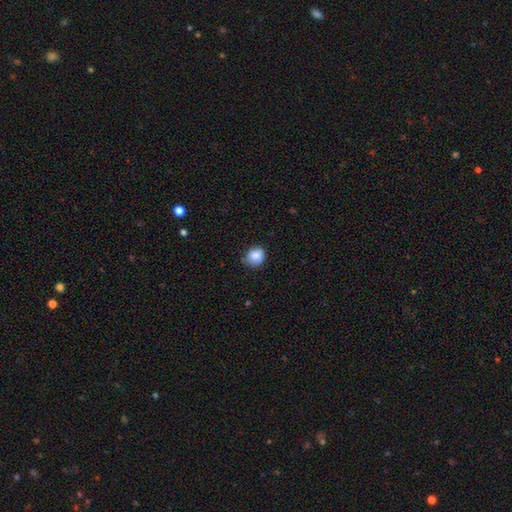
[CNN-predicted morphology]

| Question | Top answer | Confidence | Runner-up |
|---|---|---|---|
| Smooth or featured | smooth | 82% | featured or disk (9%) |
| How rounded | round | 75% | in between (24%) |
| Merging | none | 62% | minor disturbance (30%) |